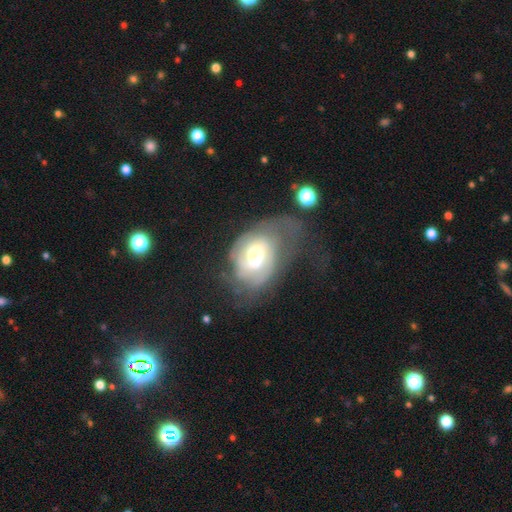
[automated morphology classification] Smooth or featured: featured or disk — 68% (smooth — 25%)
Edge-on disk: no — 97% (yes — 3%)
Bar: no — 58% (weak — 35%)
Spiral arms: yes — 78% (no — 22%)
Spiral winding: tight — 44% (medium — 37%)
Spiral arm count: 2 — 38% (can't tell — 37%)
Bulge size: moderate — 59% (large — 21%)
Merging: major disturbance — 42% (none — 28%)